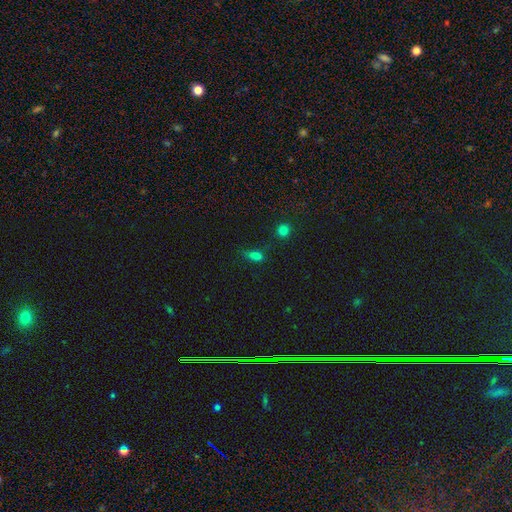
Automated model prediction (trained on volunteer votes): Smooth or featured? Predicted: smooth (p=0.74). How rounded? Predicted: in between (p=0.75). Merging? Predicted: none (p=0.60).